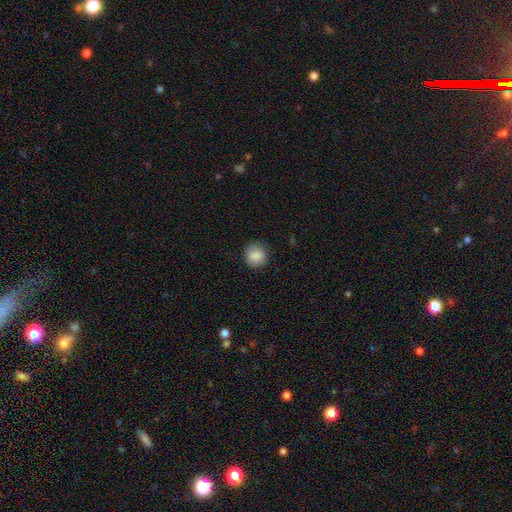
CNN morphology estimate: The model was most divided on "merging": none: 84%, minor disturbance: 12%, major disturbance: 3%, merger: 1%. More confident: how rounded — round (89%); smooth or featured — smooth (88%).